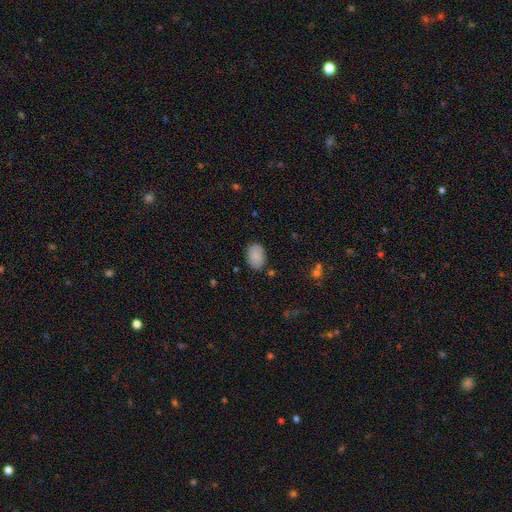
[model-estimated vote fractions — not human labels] A smooth galaxy with no disk features (87%) that is in between round and cigar-shaped (84%). Merging: none (82%).